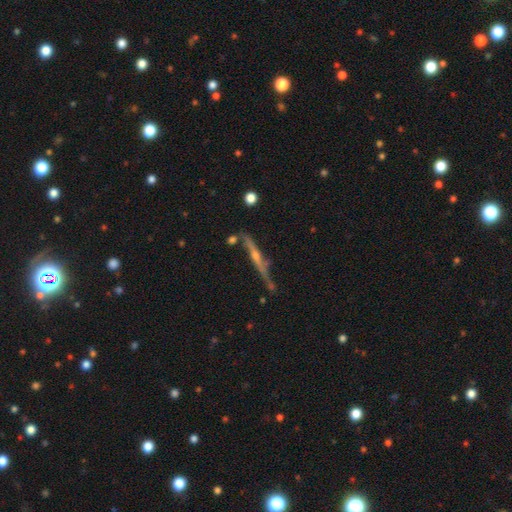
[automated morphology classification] The model was most divided on "edge-on bulge": rounded: 63%, none: 30%, boxy: 7%. More confident: edge-on disk — yes (89%); smooth or featured — featured or disk (73%); merging — none (61%).